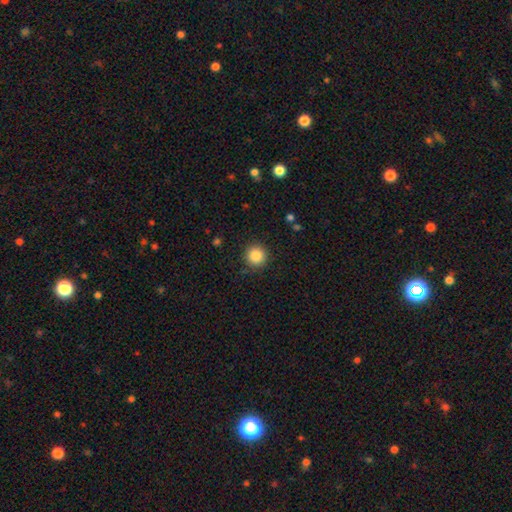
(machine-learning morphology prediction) Smooth or featured?
  - smooth: 86% *
  - star or artifact: 10%
  - featured or disk: 4%
How rounded?
  - round: 95% *
  - in between: 4%
  - cigar-shaped: 1%
Merging?
  - none: 90% *
  - minor disturbance: 7%
  - major disturbance: 2%
  - merger: 1%